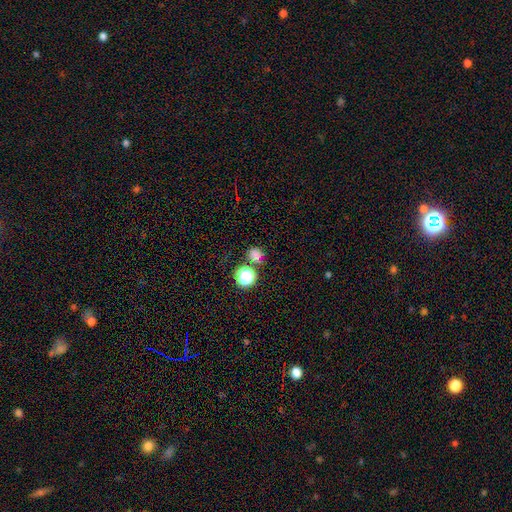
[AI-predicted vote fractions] Morphology: type=smooth (68%); roundness=round (81%); merging=none (68%).